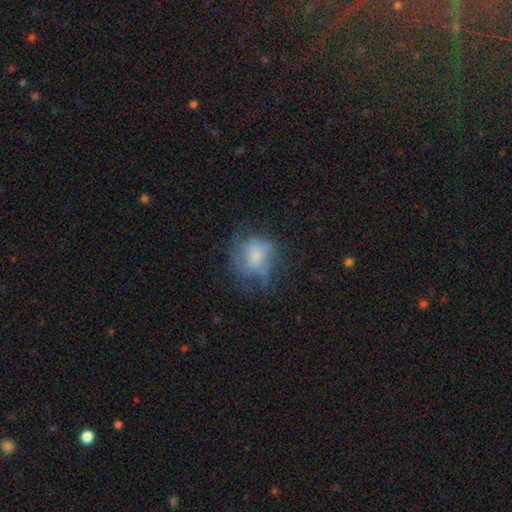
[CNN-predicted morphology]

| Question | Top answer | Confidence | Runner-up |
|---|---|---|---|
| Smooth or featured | featured or disk | 48% | smooth (41%) |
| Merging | none | 51% | minor disturbance (24%) |